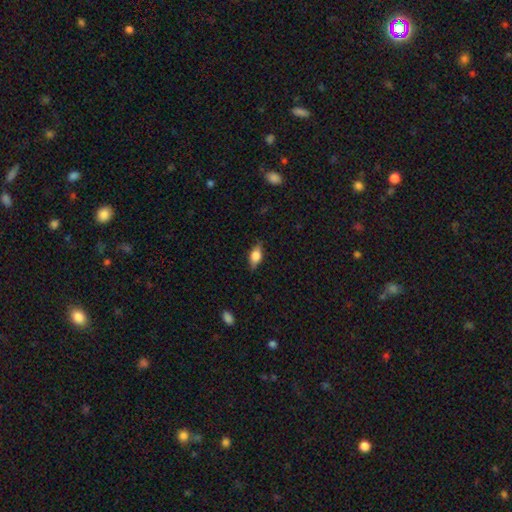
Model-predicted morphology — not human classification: smooth 65%, featured or disk 27%, star or artifact 8%. Down the decision tree: how rounded — in between (81%); merging — none (80%).